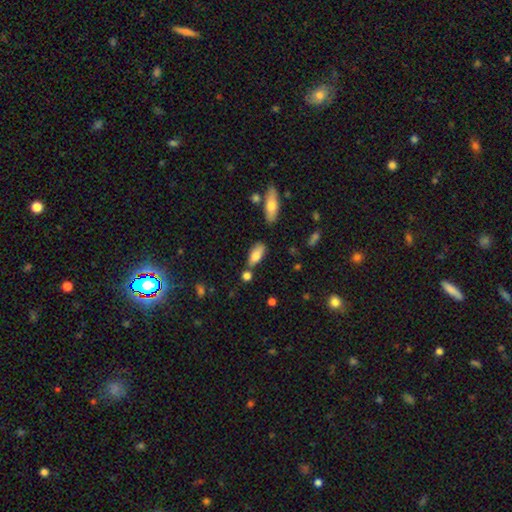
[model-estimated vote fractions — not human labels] Smooth or featured? Predicted: smooth (p=0.79). How rounded? Predicted: in between (p=0.78). Merging? Predicted: none (p=0.62).